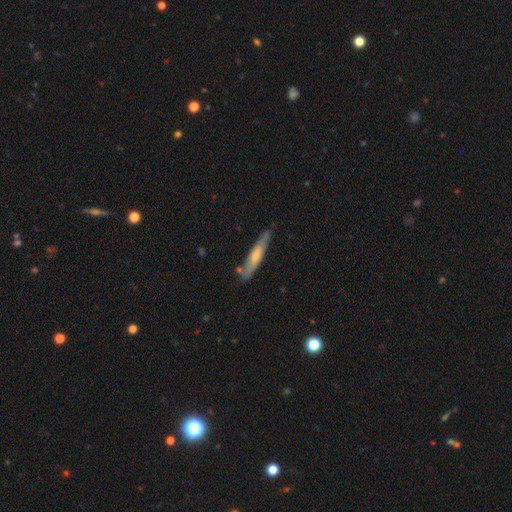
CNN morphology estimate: type=smooth (53%); roundness=cigar-shaped (86%); merging=none (74%).